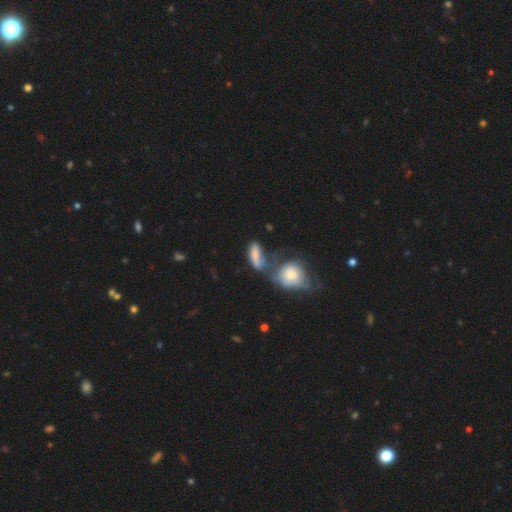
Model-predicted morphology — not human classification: Smooth or featured? Predicted: smooth (p=0.68). How rounded? Predicted: in between (p=0.61). Merging? Predicted: merger (p=0.45).